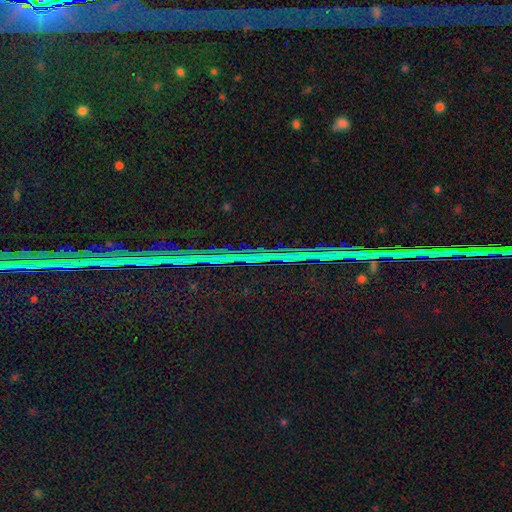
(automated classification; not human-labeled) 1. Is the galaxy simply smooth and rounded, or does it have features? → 80% star or artifact, 10% smooth, 10% featured or disk.